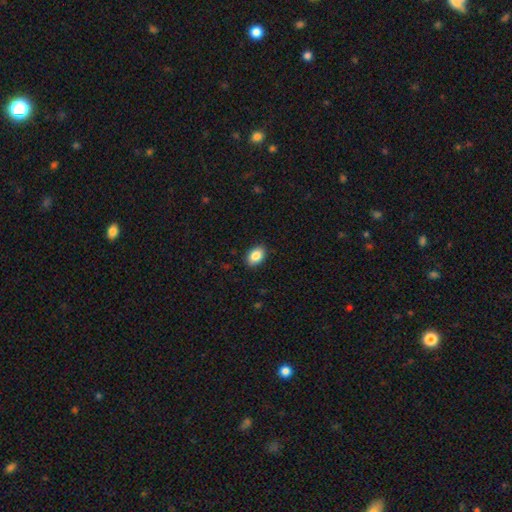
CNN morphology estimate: Smooth or featured?
  - smooth: 87% *
  - star or artifact: 8%
  - featured or disk: 5%
How rounded?
  - in between: 84% *
  - round: 15%
  - cigar-shaped: 1%
Merging?
  - none: 88% *
  - minor disturbance: 9%
  - major disturbance: 2%
  - merger: 1%